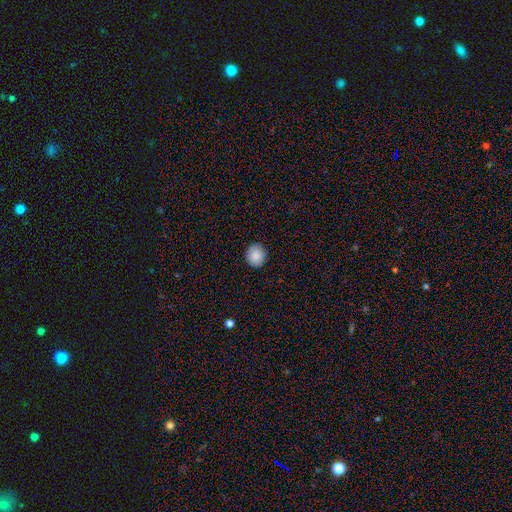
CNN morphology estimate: This is clearly a smooth galaxy (88%). How rounded: clearly round (85%). Merging: clearly none (90%).